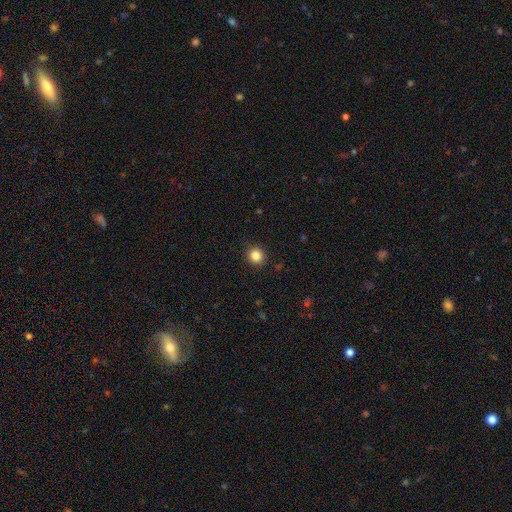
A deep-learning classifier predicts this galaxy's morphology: Q: Smooth or featured?
A: smooth (85%); runner-up: star or artifact (11%)
Q: How rounded?
A: round (93%); runner-up: in between (6%)
Q: Merging?
A: none (92%); runner-up: minor disturbance (5%)